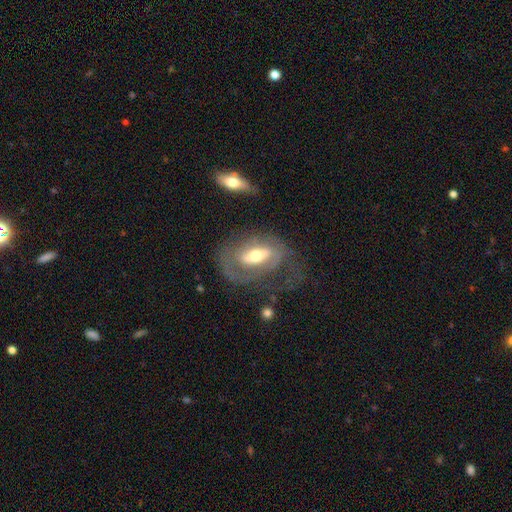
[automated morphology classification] A featured or disk galaxy (65%) with no bar (36%), spiral arms (54%) and a moderate central bulge (66%). Merging: none (42%).